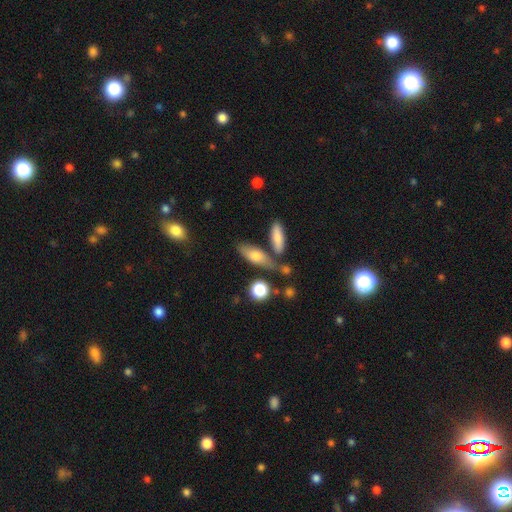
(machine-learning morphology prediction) smooth 68%, featured or disk 24%, star or artifact 8%. Down the decision tree: how rounded — in between (60%); merging — none (62%).